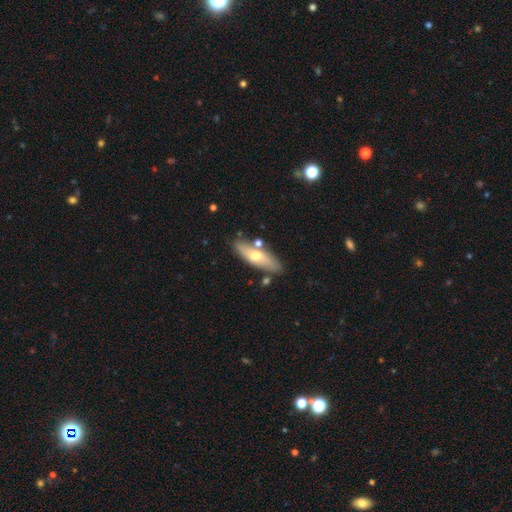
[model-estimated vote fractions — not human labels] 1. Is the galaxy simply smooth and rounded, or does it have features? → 55% smooth, 39% featured or disk, 6% star or artifact.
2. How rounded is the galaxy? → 51% in between, 47% cigar-shaped, 3% round.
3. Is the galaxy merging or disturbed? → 77% none, 12% minor disturbance, 7% merger, 3% major disturbance.